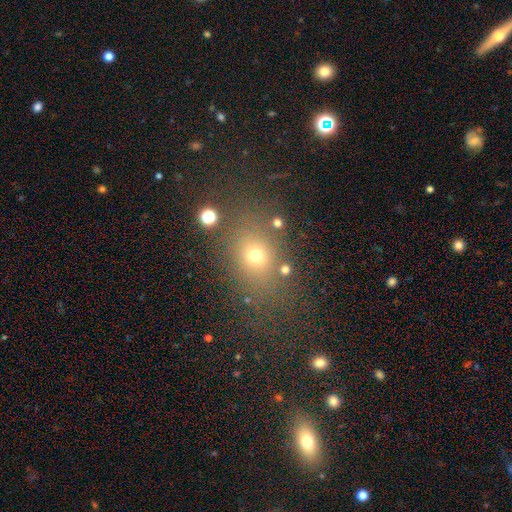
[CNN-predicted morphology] Overall: smooth (65%). How rounded: in between (52%; round 46%). Merging: none (74%).